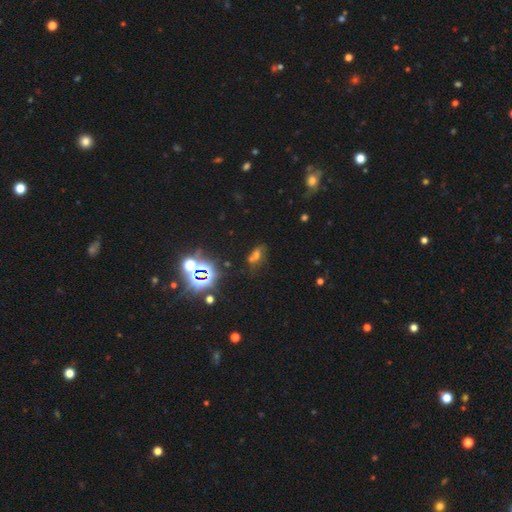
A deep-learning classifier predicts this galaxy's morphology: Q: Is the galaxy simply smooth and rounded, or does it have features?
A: star or artifact — 45%.